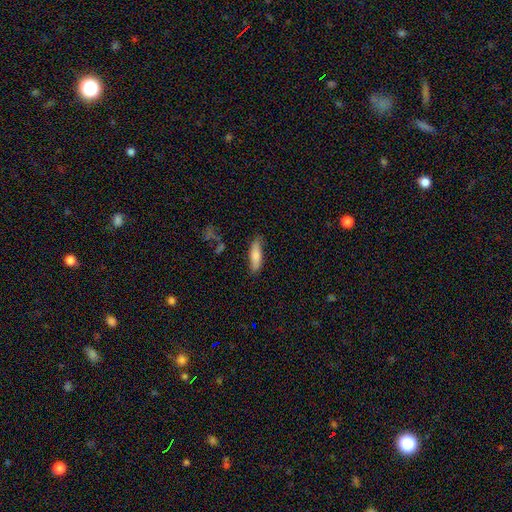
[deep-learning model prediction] Smooth or featured? Predicted: smooth (p=0.78). How rounded? Predicted: cigar-shaped (p=0.52). Merging? Predicted: none (p=0.78).